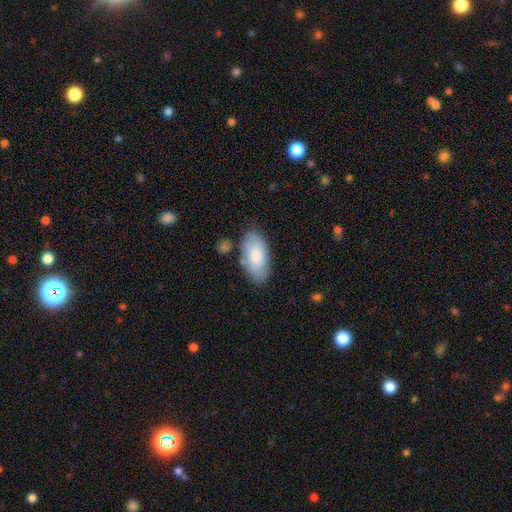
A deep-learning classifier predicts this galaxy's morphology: type=smooth (79%); roundness=in between (94%); merging=none (74%).